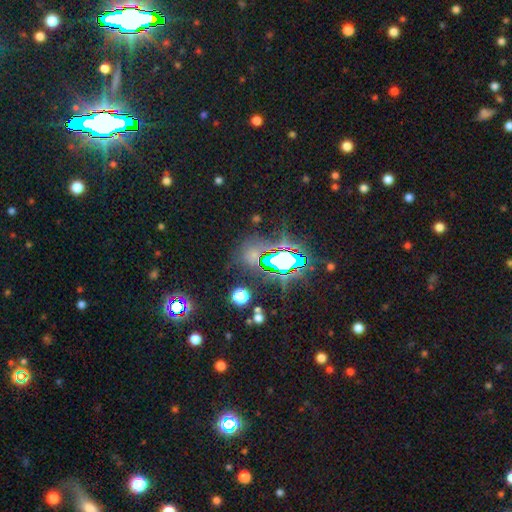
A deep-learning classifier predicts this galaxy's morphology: This appears to be a star or artifact, not a galaxy (62%).